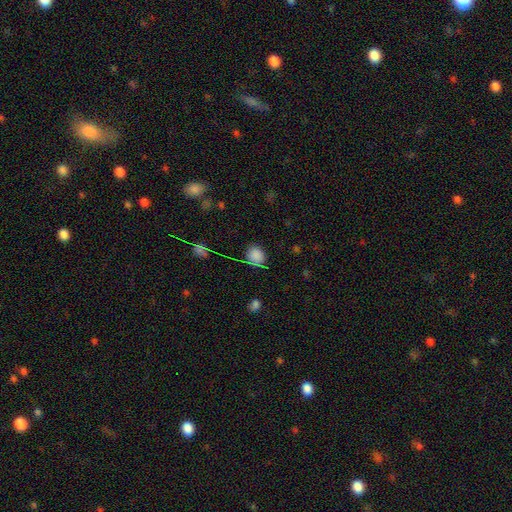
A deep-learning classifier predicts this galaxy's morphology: Overall: smooth (78%). How rounded: round (66%; in between 32%). Merging: none (73%).